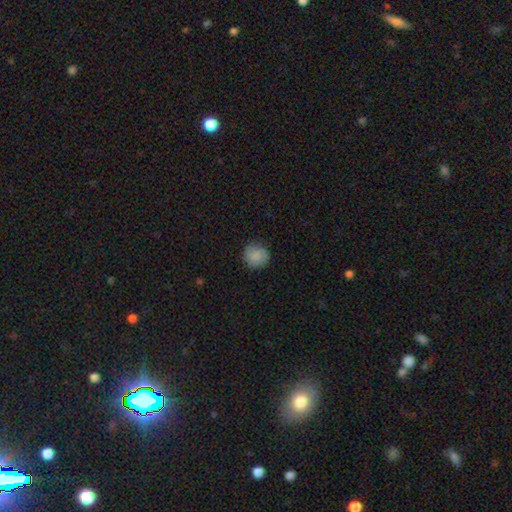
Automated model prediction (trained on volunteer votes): This is clearly a smooth galaxy (85%). How rounded: clearly round (89%). Merging: clearly none (83%).